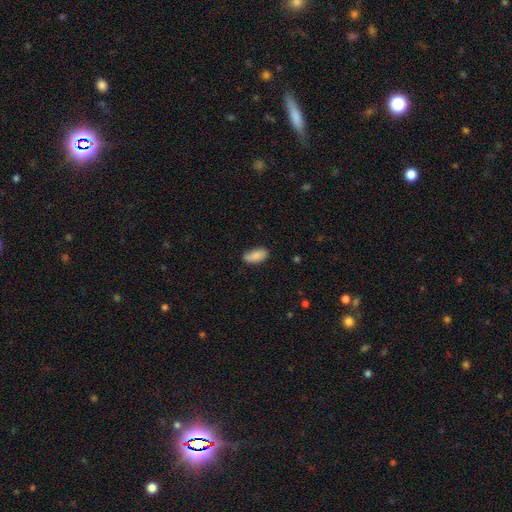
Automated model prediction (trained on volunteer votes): The model was most divided on "merging": none: 79%, minor disturbance: 17%, major disturbance: 3%, merger: 2%. More confident: how rounded — in between (91%); smooth or featured — smooth (84%).